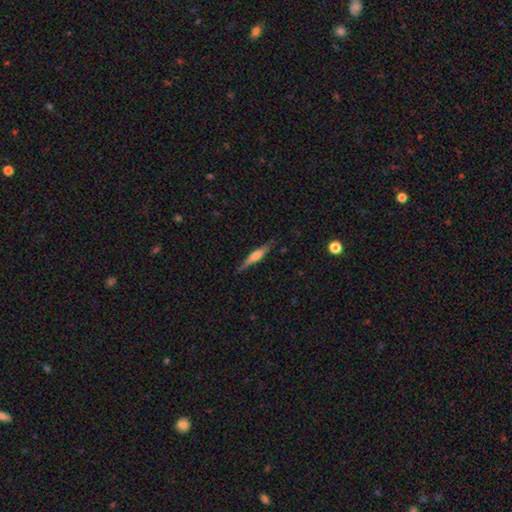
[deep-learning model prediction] Smooth or featured? Predicted: featured or disk (p=0.49). Merging? Predicted: none (p=0.83).